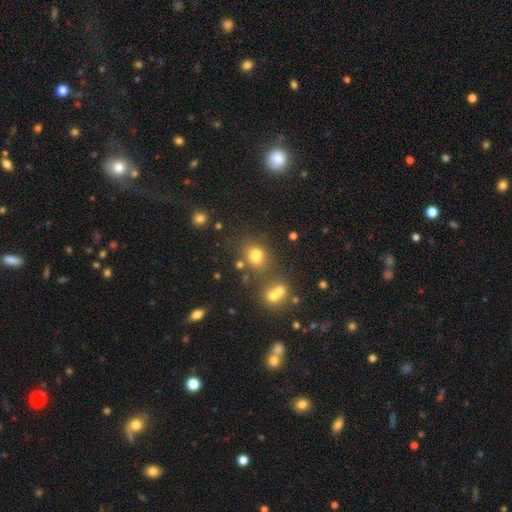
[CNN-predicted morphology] smooth-or-featured: smooth: 69% | star or artifact: 20% | featured or disk: 10%
  how-rounded: round: 52% | in between: 46% | cigar-shaped: 2%
  merging: none: 60% | merger: 20% | minor disturbance: 14% | major disturbance: 6%